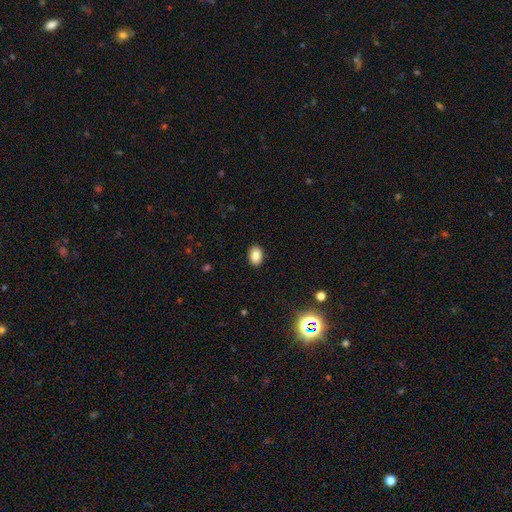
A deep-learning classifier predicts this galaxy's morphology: smooth-or-featured: smooth: 85% | star or artifact: 9% | featured or disk: 6%
  how-rounded: in between: 77% | round: 22% | cigar-shaped: 1%
  merging: none: 90% | minor disturbance: 7% | major disturbance: 2% | merger: 1%